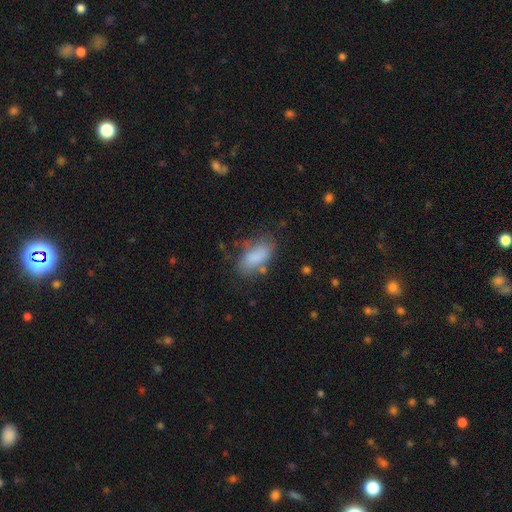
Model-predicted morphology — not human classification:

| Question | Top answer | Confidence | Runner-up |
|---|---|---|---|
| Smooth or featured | smooth | 81% | featured or disk (11%) |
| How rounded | in between | 90% | cigar-shaped (6%) |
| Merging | none | 60% | minor disturbance (24%) |